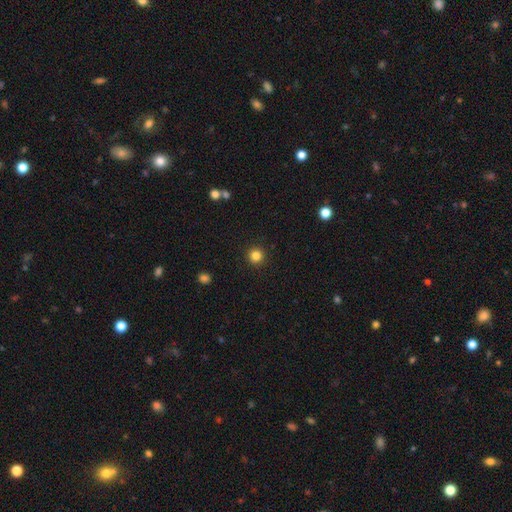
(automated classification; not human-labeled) Overall: smooth (84%). How rounded: round (95%). Merging: none (93%).